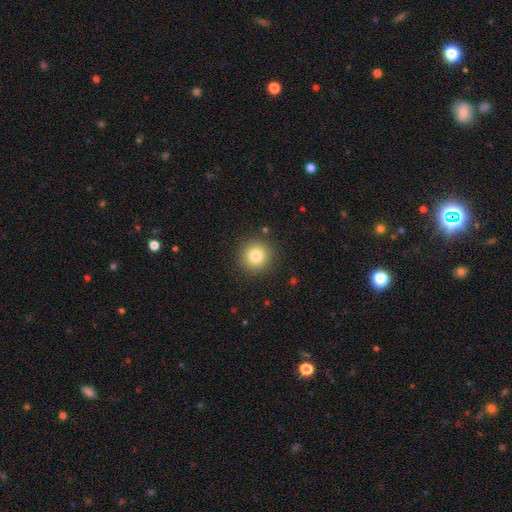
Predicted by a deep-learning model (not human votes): This appears to be a smooth galaxy with no disk features (81%) that is round (94%). Merging: none (90%).